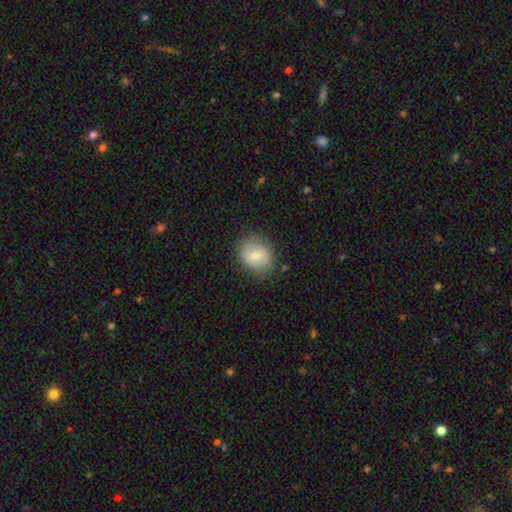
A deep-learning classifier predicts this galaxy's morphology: This is likely a smooth galaxy (67%). How rounded: likely round (65%). Merging: likely none (78%).